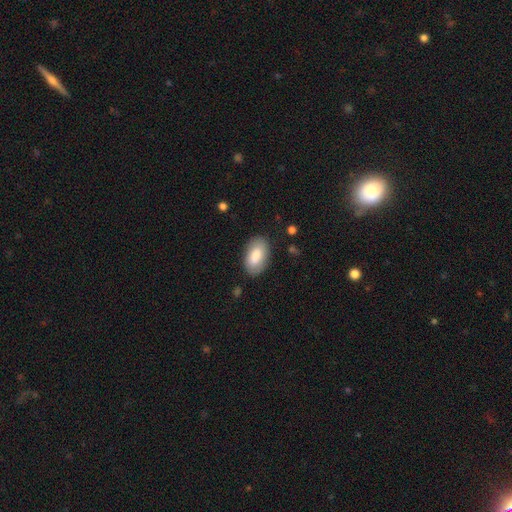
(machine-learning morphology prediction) Q: Smooth or featured?
A: smooth (82%); runner-up: featured or disk (12%)
Q: How rounded?
A: in between (94%); runner-up: round (4%)
Q: Merging?
A: none (85%); runner-up: minor disturbance (11%)